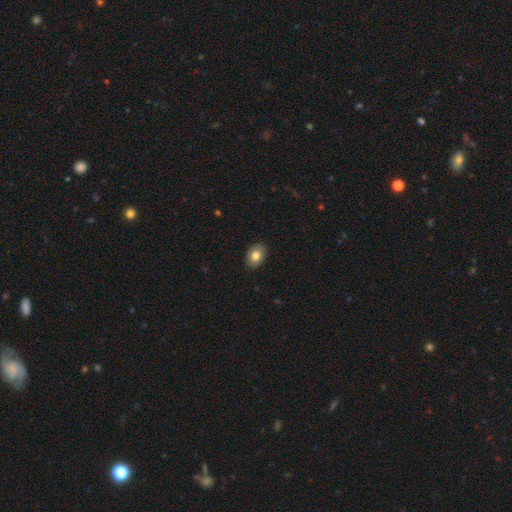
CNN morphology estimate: smooth-or-featured: smooth: 81% | featured or disk: 11% | star or artifact: 8%
  how-rounded: in between: 77% | round: 22% | cigar-shaped: 1%
  merging: none: 89% | minor disturbance: 8% | major disturbance: 2% | merger: 1%